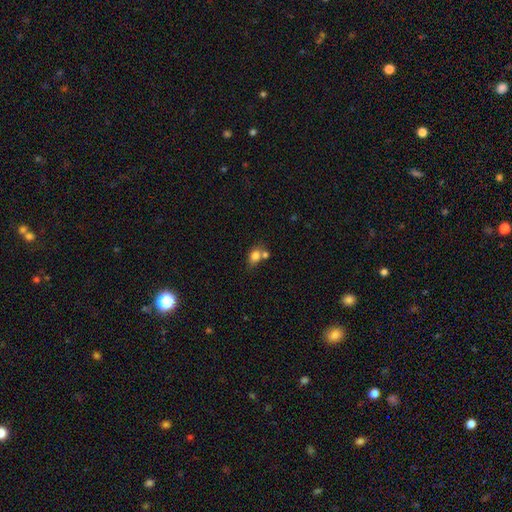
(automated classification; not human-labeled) This is likely a smooth galaxy (79%). How rounded: likely in between (65%). Merging: possibly none (47%).